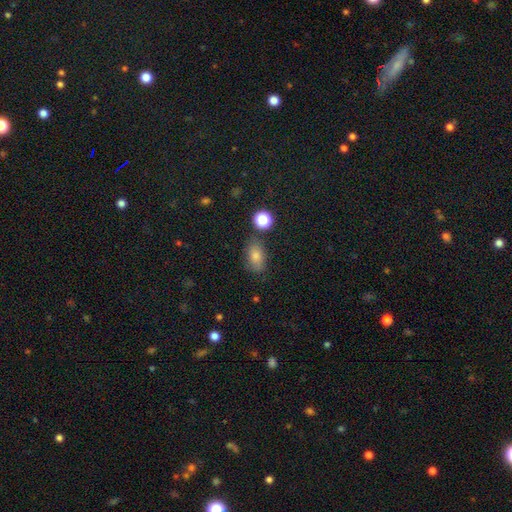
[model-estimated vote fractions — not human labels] The model was most divided on "smooth or featured": smooth: 76%, star or artifact: 14%, featured or disk: 10%. More confident: how rounded — in between (83%); merging — none (77%).